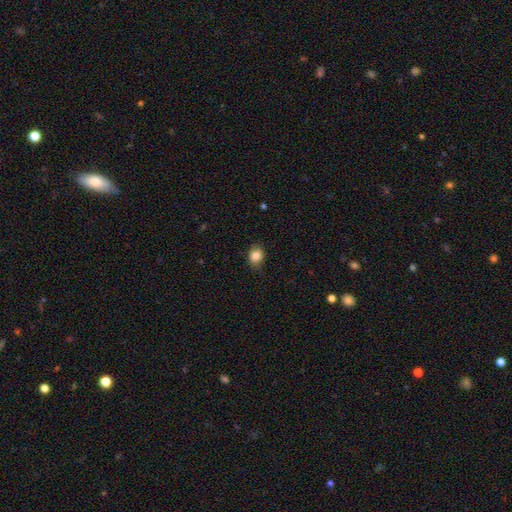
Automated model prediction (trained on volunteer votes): Overall: smooth (85%). How rounded: in between (52%; round 47%). Merging: none (77%).